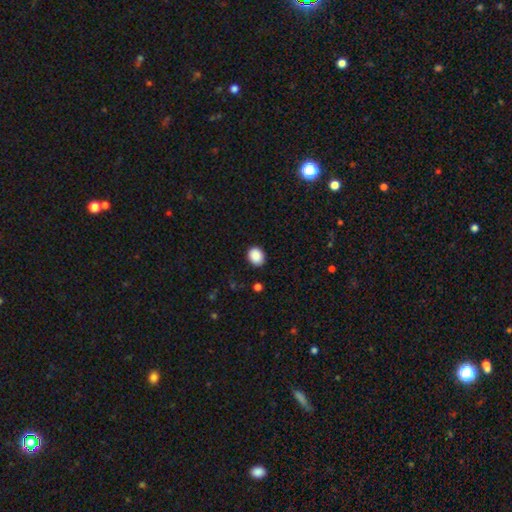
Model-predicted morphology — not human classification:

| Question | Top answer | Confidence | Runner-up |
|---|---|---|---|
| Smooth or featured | smooth | 89% | star or artifact (8%) |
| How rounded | in between | 52% | round (48%) |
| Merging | none | 88% | minor disturbance (9%) |